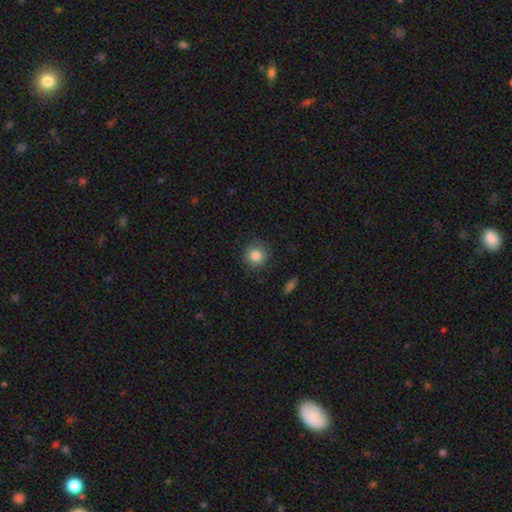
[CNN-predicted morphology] This is clearly a smooth galaxy (84%). How rounded: clearly round (92%). Merging: clearly none (84%).